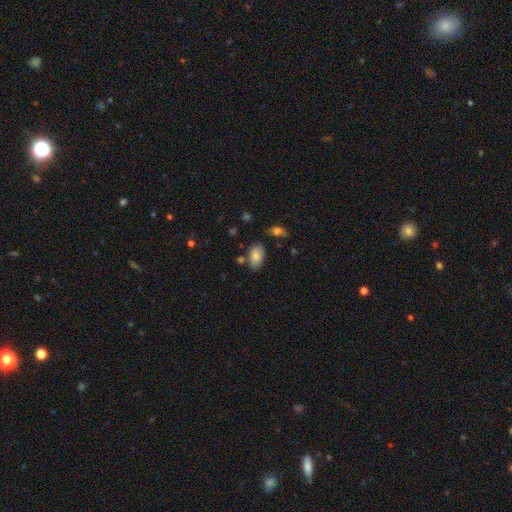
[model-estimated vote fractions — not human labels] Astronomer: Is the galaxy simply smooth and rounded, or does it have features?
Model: smooth — 81%.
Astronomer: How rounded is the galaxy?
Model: in between — 92%.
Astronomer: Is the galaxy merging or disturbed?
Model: none — 71%.